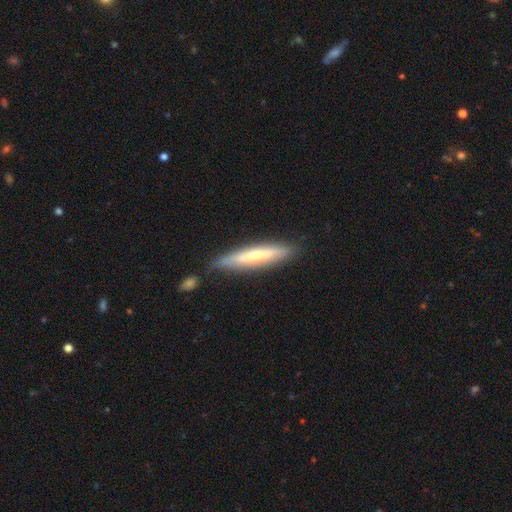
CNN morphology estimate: A smooth galaxy with no disk features (49%). Merging: none (81%).